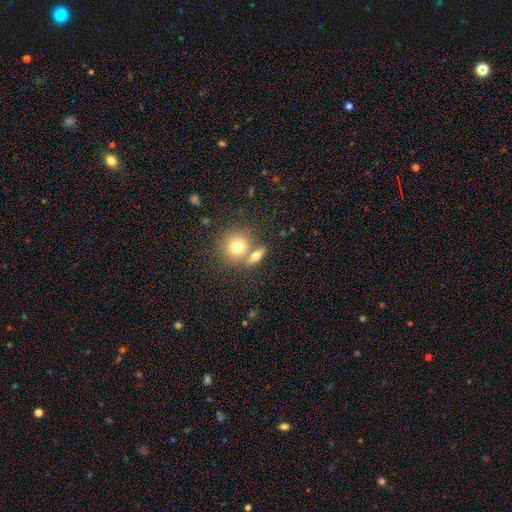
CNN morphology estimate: Q: Smooth or featured?
A: smooth (68%); runner-up: featured or disk (23%)
Q: How rounded?
A: round (47%); runner-up: in between (41%)
Q: Merging?
A: none (57%); runner-up: merger (30%)